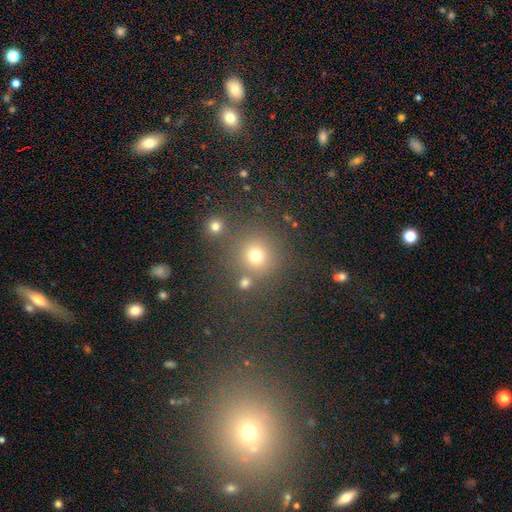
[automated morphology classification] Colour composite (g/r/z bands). It shows a smooth galaxy with no disk features (72%) that is round (91%). Merging: none (73%).